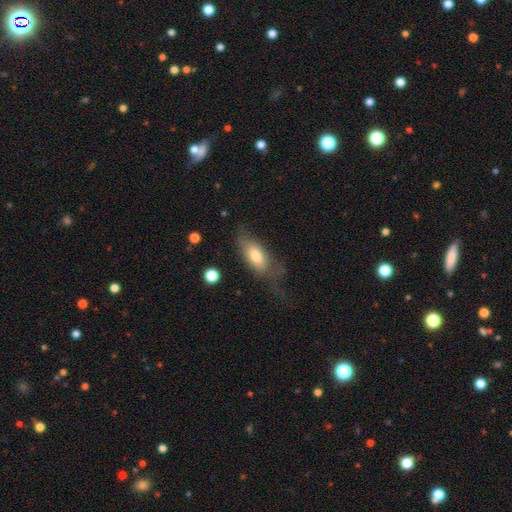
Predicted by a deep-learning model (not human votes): Smooth or featured: smooth — 68% (featured or disk — 25%)
How rounded: in between — 82% (cigar-shaped — 14%)
Merging: none — 40% (major disturbance — 30%)